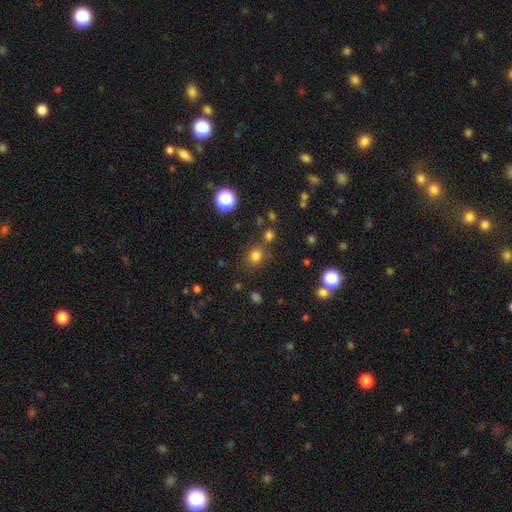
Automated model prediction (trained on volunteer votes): Smooth or featured?
  - smooth: 77% *
  - star or artifact: 17%
  - featured or disk: 5%
How rounded?
  - round: 78% *
  - in between: 21%
  - cigar-shaped: 1%
Merging?
  - none: 76% *
  - minor disturbance: 11%
  - merger: 9%
  - major disturbance: 4%